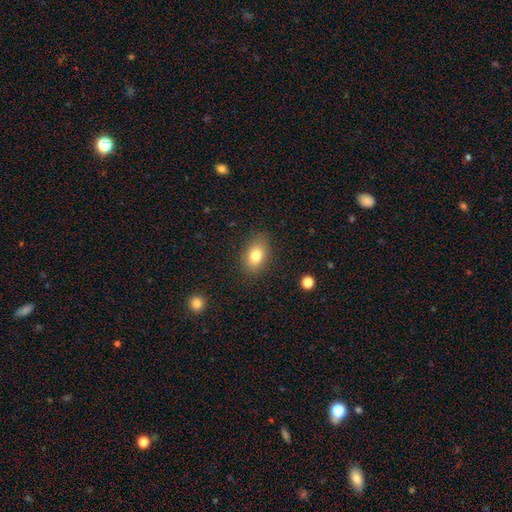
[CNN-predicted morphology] Smooth or featured?
  - smooth: 80% *
  - featured or disk: 10%
  - star or artifact: 10%
How rounded?
  - in between: 81% *
  - round: 18%
  - cigar-shaped: 1%
Merging?
  - none: 84% *
  - minor disturbance: 11%
  - major disturbance: 3%
  - merger: 1%